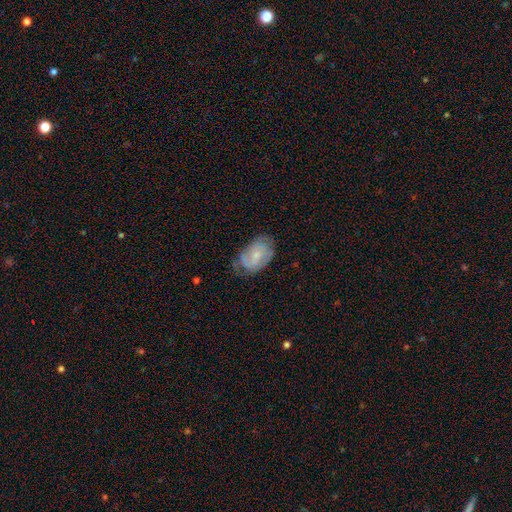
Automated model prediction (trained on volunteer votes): Overall: featured or disk (51%; smooth 42%). Edge-on disk: no (96%). Merging: none (54%; minor disturbance 32%).